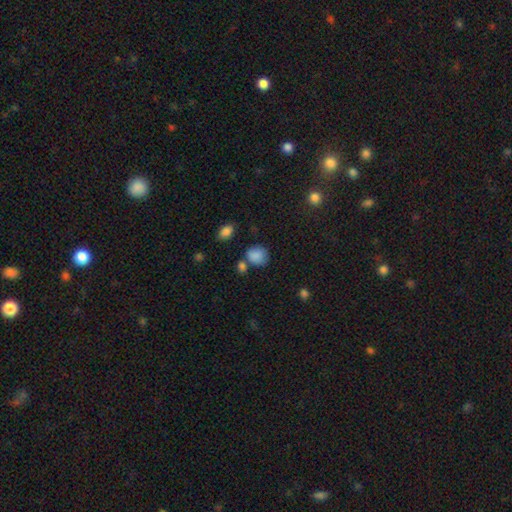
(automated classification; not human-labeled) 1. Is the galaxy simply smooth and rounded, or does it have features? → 86% smooth, 9% star or artifact, 5% featured or disk.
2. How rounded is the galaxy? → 68% round, 31% in between, 1% cigar-shaped.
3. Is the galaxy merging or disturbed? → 61% none, 19% minor disturbance, 14% merger, 6% major disturbance.